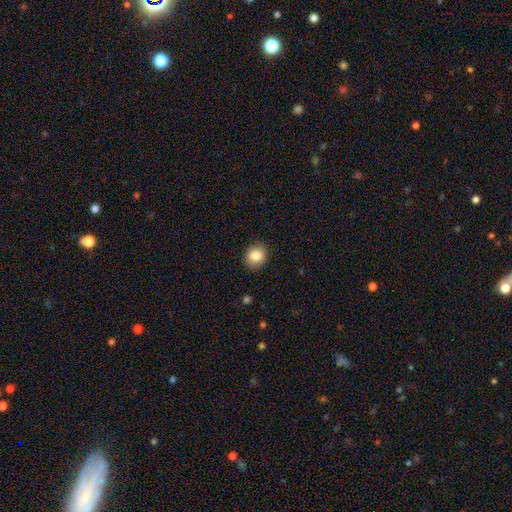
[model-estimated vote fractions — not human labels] smooth_or_featured: smooth (p=0.85) [alt: star or artifact p=0.09]
how_rounded: round (p=0.72) [alt: in between p=0.27]
merging: none (p=0.89) [alt: minor disturbance p=0.08]